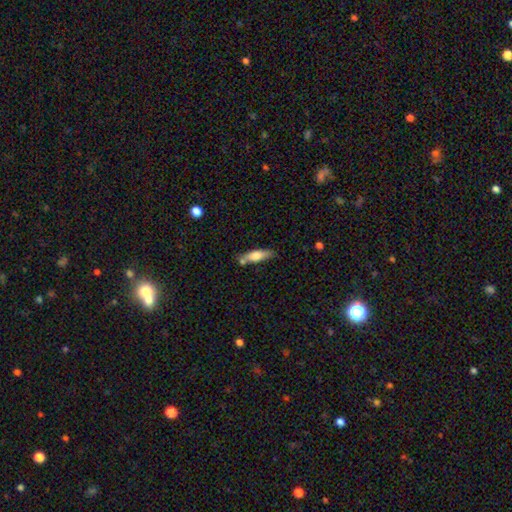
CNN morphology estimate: A smooth galaxy with no disk features (67%) that is cigar-shaped (59%). Merging: none (61%).